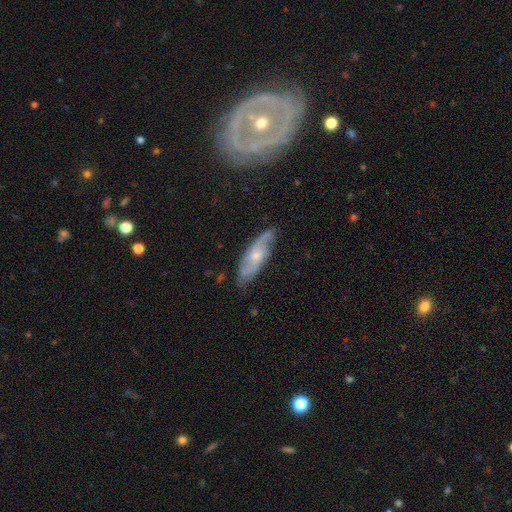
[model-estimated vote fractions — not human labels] smooth_or_featured: featured or disk (p=0.70) [alt: smooth p=0.24]
disk_edge_on: no (p=0.80) [alt: yes p=0.20]
bar: no (p=0.66) [alt: weak p=0.30]
has_spiral_arms: yes (p=0.89) [alt: no p=0.11]
bulge_size: moderate (p=0.47) [alt: small p=0.46]
merging: none (p=0.73) [alt: minor disturbance p=0.21]